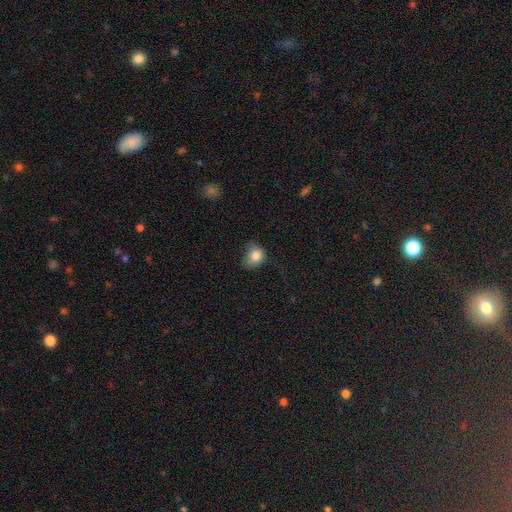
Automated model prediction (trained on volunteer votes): Smooth or featured? Predicted: smooth (p=0.81). How rounded? Predicted: round (p=0.55). Merging? Predicted: none (p=0.44).